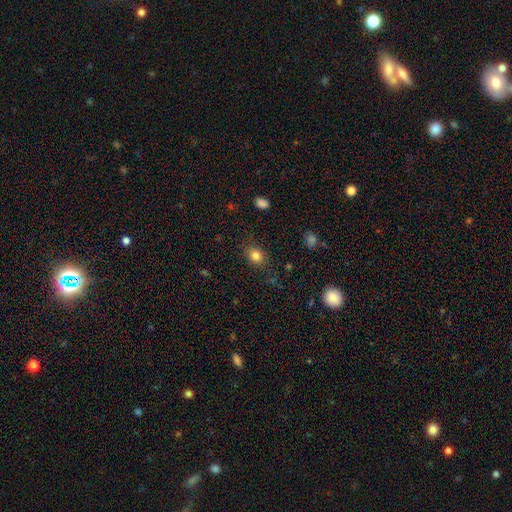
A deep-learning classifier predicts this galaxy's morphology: Smooth or featured: smooth — 82% (star or artifact — 11%)
How rounded: round — 51% (in between — 48%)
Merging: none — 82% (minor disturbance — 13%)